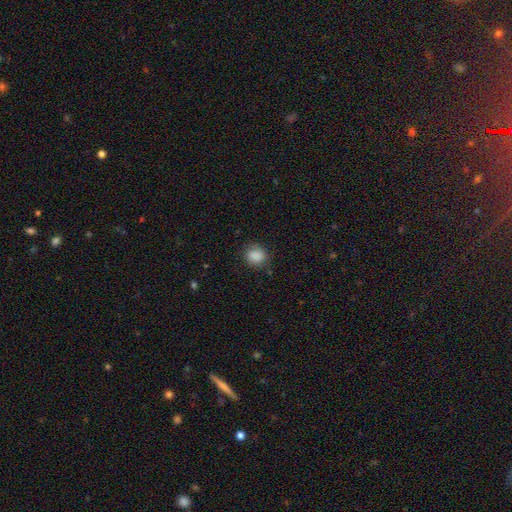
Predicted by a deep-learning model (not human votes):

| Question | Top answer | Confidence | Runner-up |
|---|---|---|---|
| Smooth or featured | smooth | 87% | star or artifact (8%) |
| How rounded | round | 75% | in between (24%) |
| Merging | none | 80% | minor disturbance (15%) |